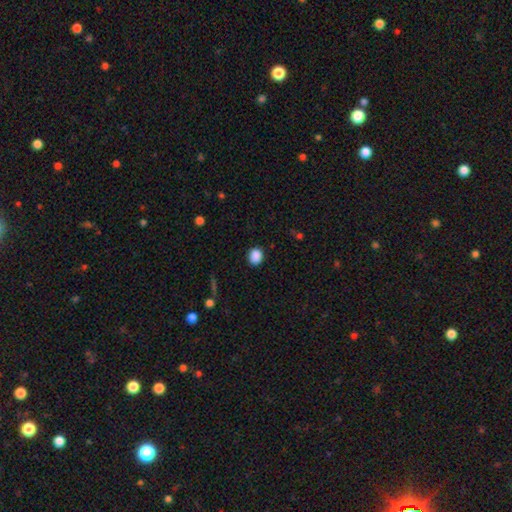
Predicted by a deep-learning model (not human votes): A smooth galaxy with no disk features (88%) that is round (61%).

Vote fractions:
- Smooth or featured? smooth: 88% / star or artifact: 9% / featured or disk: 3%
- How rounded? round: 61% / in between: 38% / cigar-shaped: 1%
- Merging? none: 88% / minor disturbance: 9% / major disturbance: 2% / merger: 1%